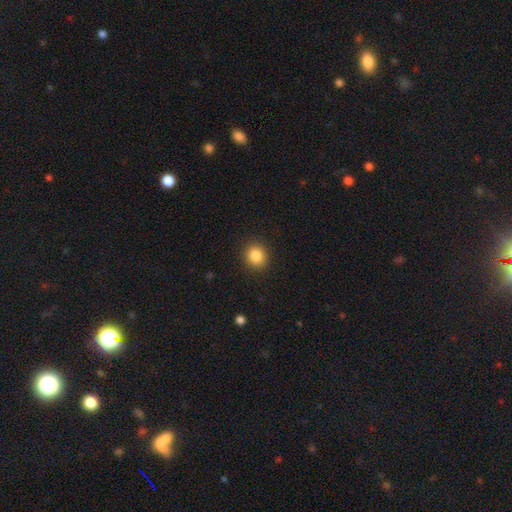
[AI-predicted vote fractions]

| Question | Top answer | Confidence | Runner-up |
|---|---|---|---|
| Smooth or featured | smooth | 85% | star or artifact (10%) |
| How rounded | round | 81% | in between (18%) |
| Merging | none | 91% | minor disturbance (6%) |